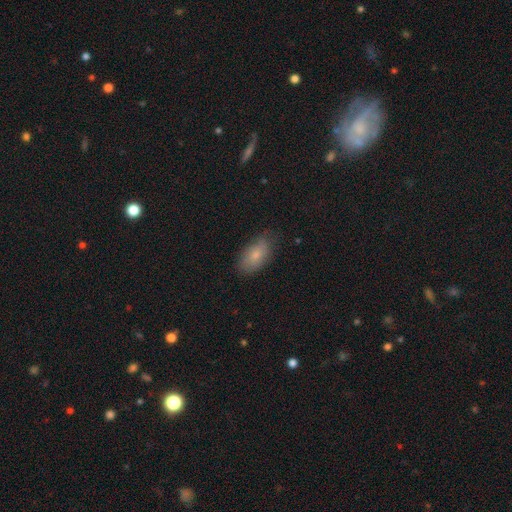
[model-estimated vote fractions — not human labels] smooth-or-featured: smooth: 76% | featured or disk: 16% | star or artifact: 8%
  how-rounded: in between: 91% | cigar-shaped: 4% | round: 4%
  merging: none: 74% | minor disturbance: 21% | major disturbance: 4% | merger: 1%